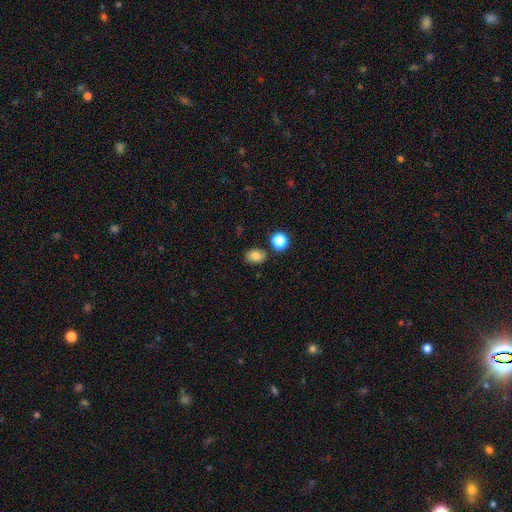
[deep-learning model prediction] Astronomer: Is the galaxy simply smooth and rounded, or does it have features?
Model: smooth — 81%.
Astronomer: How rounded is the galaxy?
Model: in between — 68%.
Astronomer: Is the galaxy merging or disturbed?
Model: none — 78%.